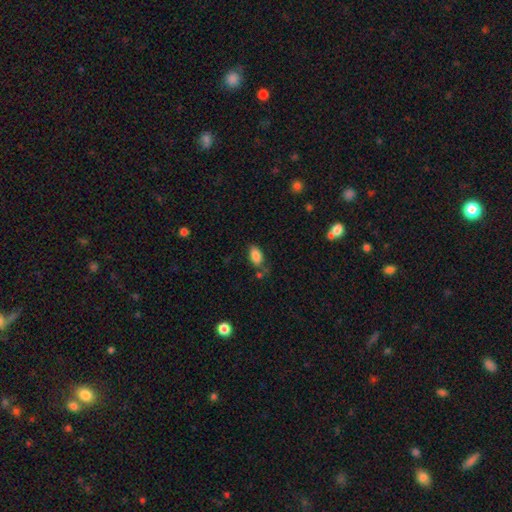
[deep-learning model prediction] This is clearly a smooth galaxy (85%). How rounded: clearly in between (93%). Merging: likely none (69%).